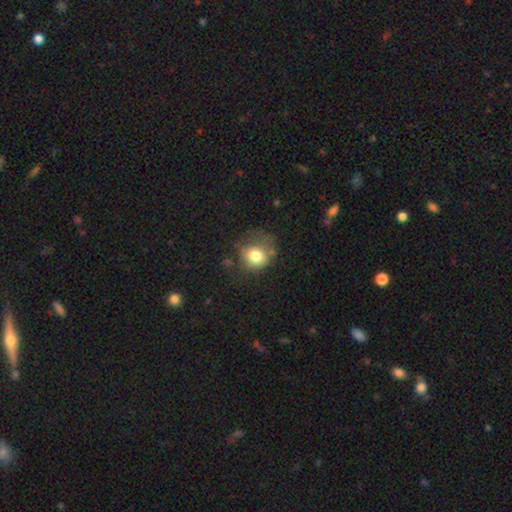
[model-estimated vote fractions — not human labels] Overall: smooth (76%). How rounded: round (74%). Merging: none (42%; minor disturbance 30%).